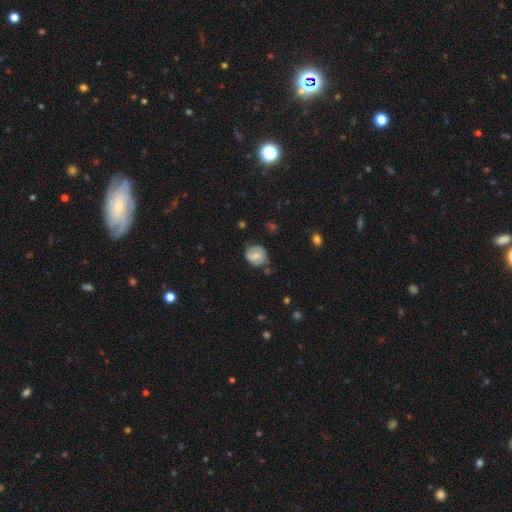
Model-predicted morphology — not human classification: Smooth or featured: smooth — 51% (featured or disk — 42%)
How rounded: round — 74% (in between — 25%)
Merging: none — 62% (minor disturbance — 28%)